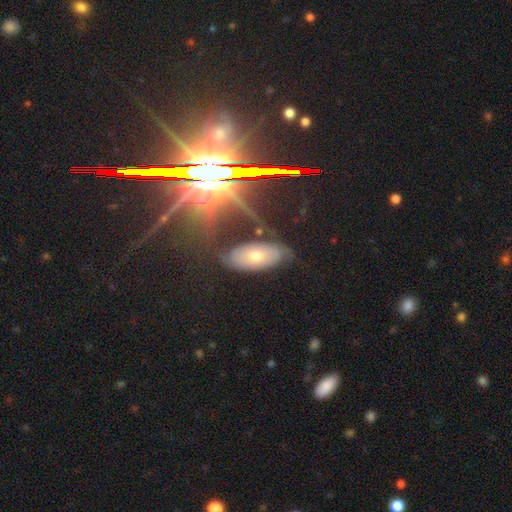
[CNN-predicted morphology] A smooth galaxy with no disk features (41%).

Vote fractions:
- Smooth or featured? smooth: 41% / featured or disk: 38% / star or artifact: 21%
- Merging? none: 77% / minor disturbance: 16% / major disturbance: 5% / merger: 2%